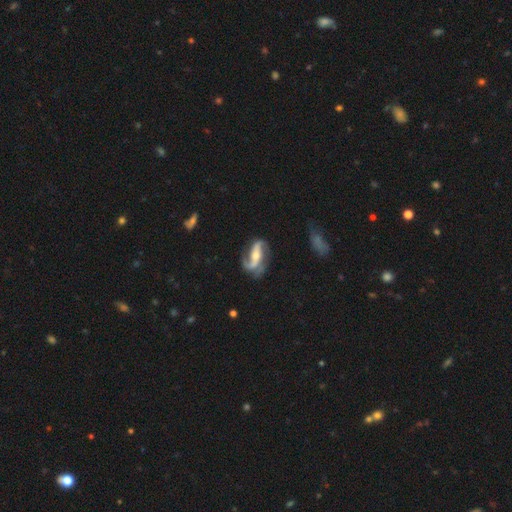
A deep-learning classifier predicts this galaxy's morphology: smooth-or-featured: featured or disk: 87% | smooth: 8% | star or artifact: 5%
  disk-edge-on: no: 95% | yes: 5%
    bar: strong: 38% | no: 33% | weak: 29%
    has-spiral-arms: yes: 96% | no: 4%
      spiral-winding: loose: 52% | medium: 36% | tight: 12%
      spiral-arm-count: 2: 86% | 1: 5% | can't tell: 3% | 3: 3% | 4: 1% | more than 4: 1%
    bulge-size: moderate: 53% | small: 38% | large: 5% | none: 3% | dominant: 1%
  merging: none: 62% | minor disturbance: 20% | major disturbance: 15% | merger: 3%